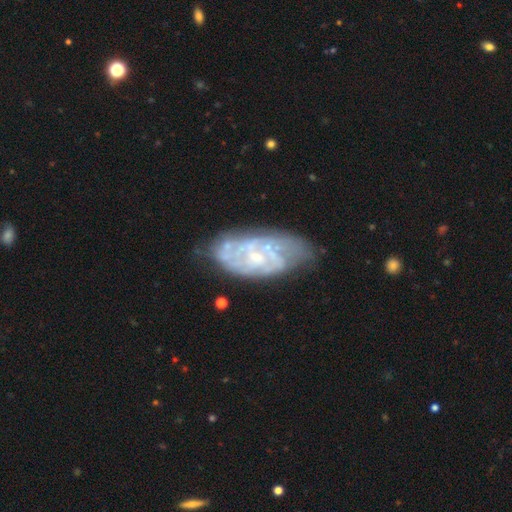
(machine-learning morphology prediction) This appears to be a featured or disk galaxy (77%) with no bar (65%), tight (54%) spiral arms (75%) and a small central bulge (68%). Merging: none (58%).